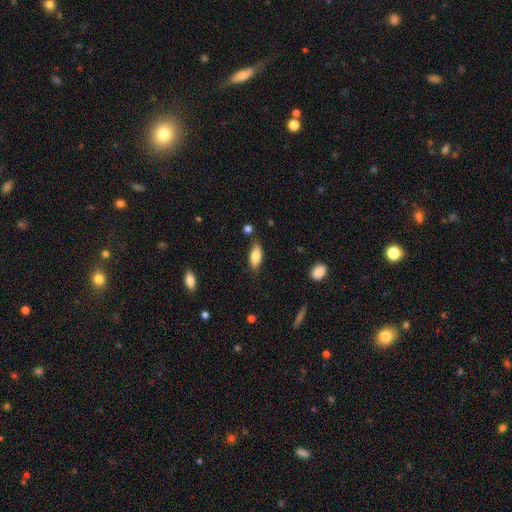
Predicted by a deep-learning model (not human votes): smooth 74%, featured or disk 19%, star or artifact 7%. Down the decision tree: how rounded — in between (75%); merging — none (75%).